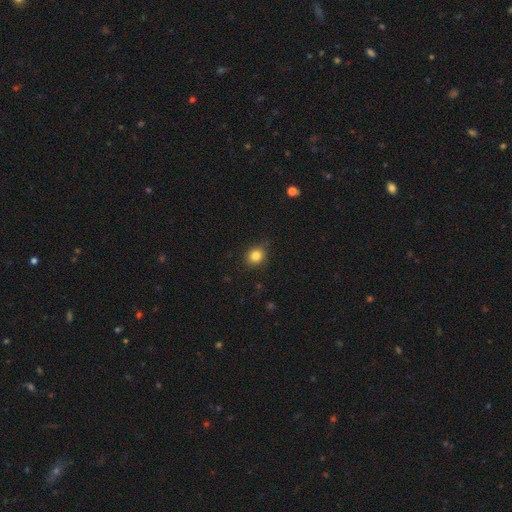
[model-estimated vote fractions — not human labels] The model was most divided on "how rounded": round: 75%, in between: 24%, cigar-shaped: 1%. More confident: smooth or featured — smooth (83%); merging — none (82%).